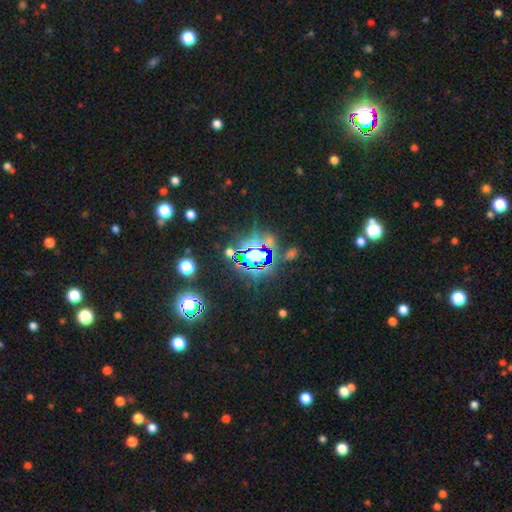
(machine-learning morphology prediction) Smooth or featured: star or artifact — 71% (smooth — 18%)